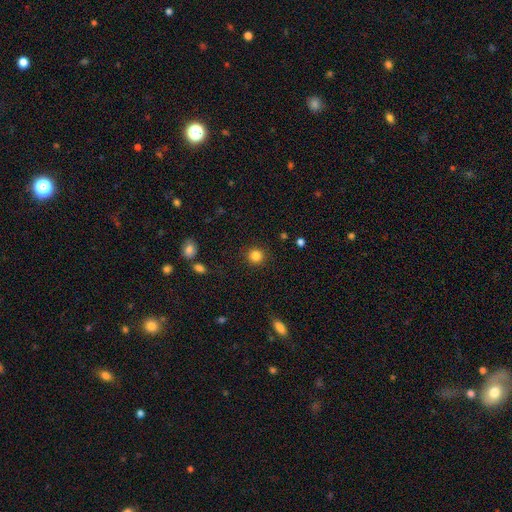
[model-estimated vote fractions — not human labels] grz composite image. It shows a smooth galaxy with no disk features (84%) that is round (93%). Merging: none (90%).